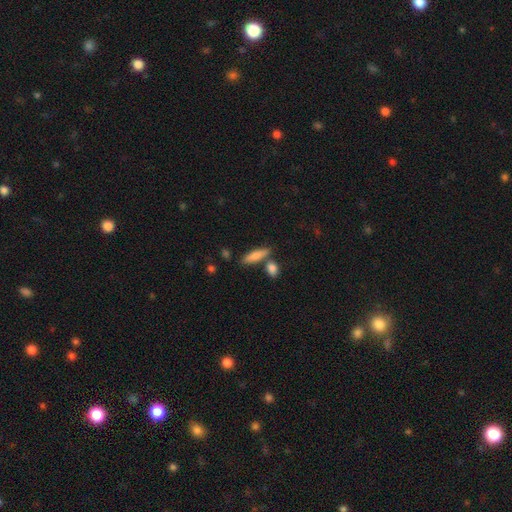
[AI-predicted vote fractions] A smooth galaxy with no disk features (80%) that is cigar-shaped (60%).

Vote fractions:
- Smooth or featured? smooth: 80% / featured or disk: 14% / star or artifact: 6%
- How rounded? cigar-shaped: 60% / in between: 37% / round: 3%
- Merging? none: 69% / merger: 16% / minor disturbance: 12% / major disturbance: 3%